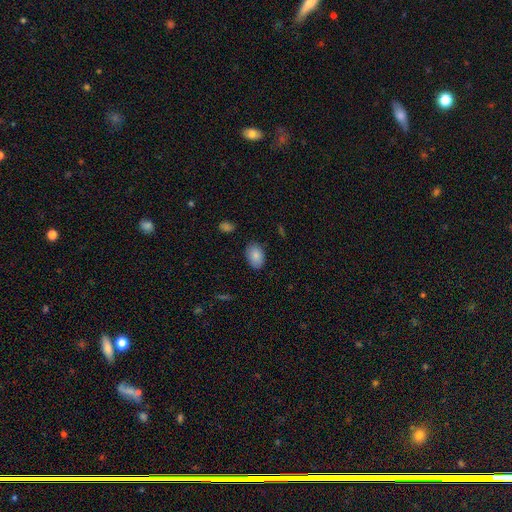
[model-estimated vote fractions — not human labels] smooth_or_featured: smooth (p=0.86) [alt: star or artifact p=0.07]
how_rounded: in between (p=0.89) [alt: round p=0.10]
merging: none (p=0.84) [alt: minor disturbance p=0.12]